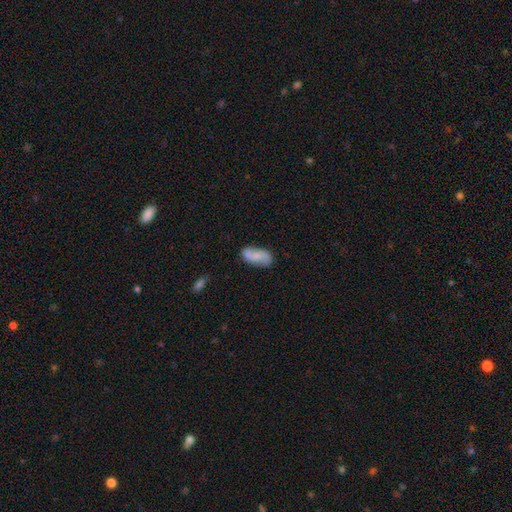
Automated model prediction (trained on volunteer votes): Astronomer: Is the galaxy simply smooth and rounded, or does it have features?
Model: smooth — 50% (runner-up: featured or disk, 43%).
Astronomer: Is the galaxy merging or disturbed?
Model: none — 66%.